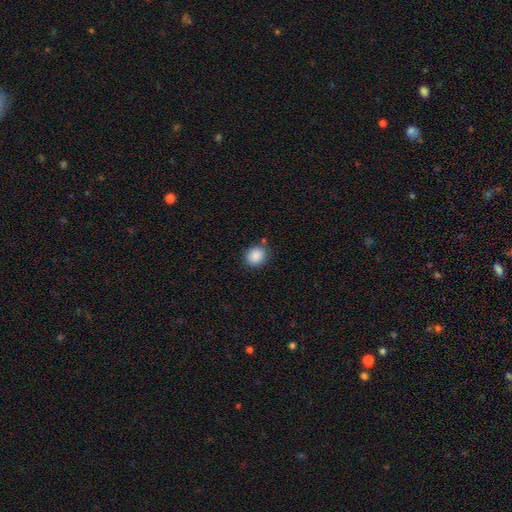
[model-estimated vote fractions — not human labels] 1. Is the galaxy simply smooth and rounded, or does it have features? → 88% smooth, 8% star or artifact, 3% featured or disk.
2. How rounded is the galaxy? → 63% round, 36% in between, 1% cigar-shaped.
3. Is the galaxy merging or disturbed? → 81% none, 13% minor disturbance, 3% merger, 3% major disturbance.